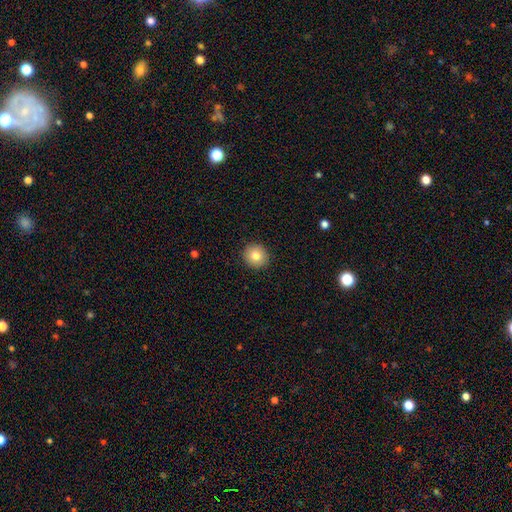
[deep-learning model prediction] smooth_or_featured: smooth (p=0.80) [alt: featured or disk p=0.10]
how_rounded: round (p=0.93) [alt: in between p=0.06]
merging: none (p=0.92) [alt: minor disturbance p=0.05]